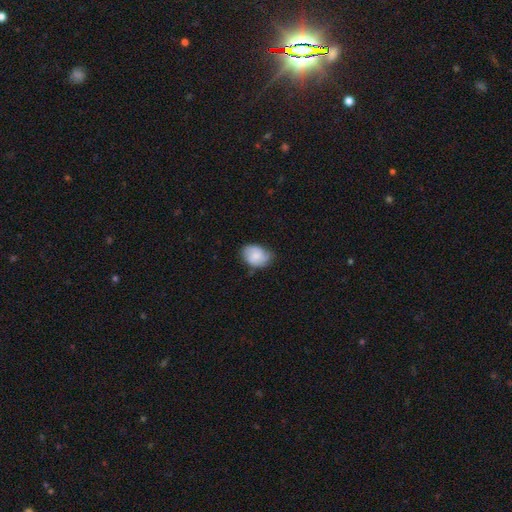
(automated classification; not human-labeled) Morphology: type=smooth (53%); roundness=in between (65%); merging=none (68%).